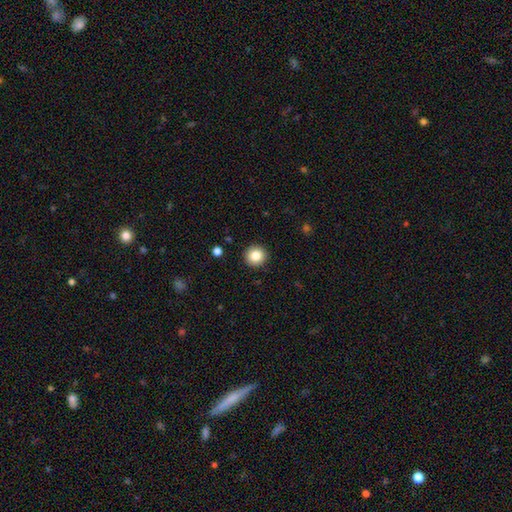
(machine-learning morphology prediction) A smooth galaxy with no disk features (84%) that is round (94%). Merging: none (92%).